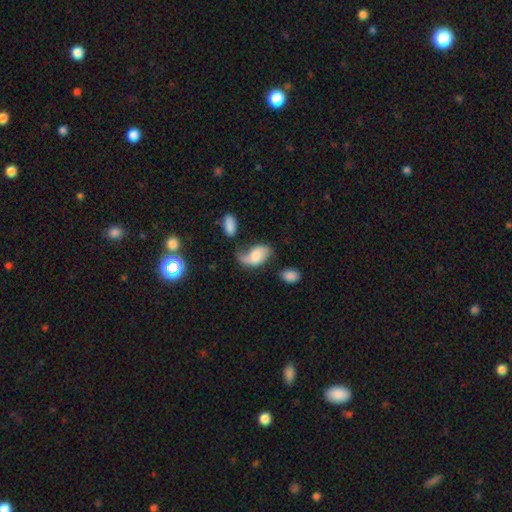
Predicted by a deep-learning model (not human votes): A smooth galaxy with no disk features (46%).

Vote fractions:
- Smooth or featured? smooth: 46% / featured or disk: 45% / star or artifact: 9%
- Merging? none: 33% / major disturbance: 27% / minor disturbance: 27% / merger: 13%